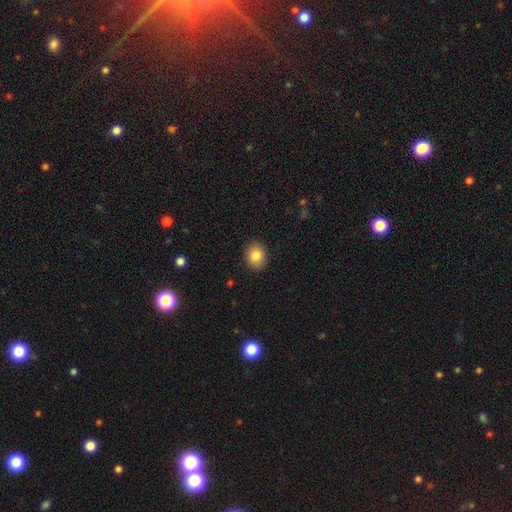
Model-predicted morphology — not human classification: A smooth galaxy with no disk features (84%) that is round (55%).

Vote fractions:
- Smooth or featured? smooth: 84% / star or artifact: 9% / featured or disk: 7%
- How rounded? round: 55% / in between: 44% / cigar-shaped: 1%
- Merging? none: 90% / minor disturbance: 7% / major disturbance: 2% / merger: 1%